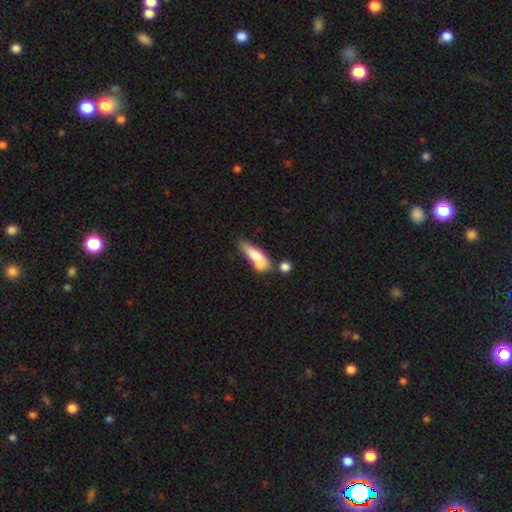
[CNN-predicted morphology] Smooth or featured?
  - smooth: 72% *
  - featured or disk: 21%
  - star or artifact: 7%
How rounded?
  - cigar-shaped: 52% *
  - in between: 45%
  - round: 3%
Merging?
  - none: 36% *
  - minor disturbance: 26%
  - merger: 25%
  - major disturbance: 13%